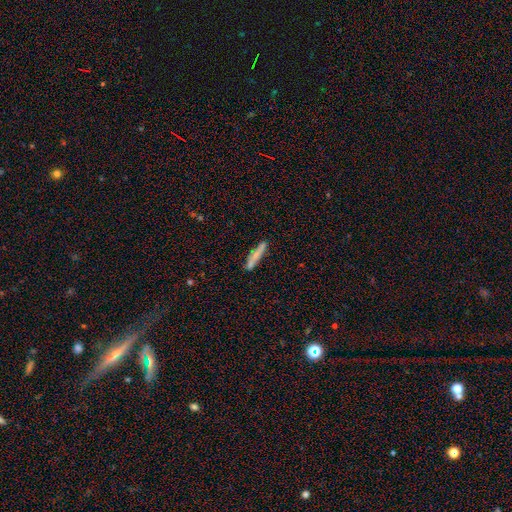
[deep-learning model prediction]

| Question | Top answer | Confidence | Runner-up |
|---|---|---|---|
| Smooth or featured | smooth | 70% | featured or disk (23%) |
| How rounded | cigar-shaped | 91% | in between (7%) |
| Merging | none | 74% | minor disturbance (16%) |